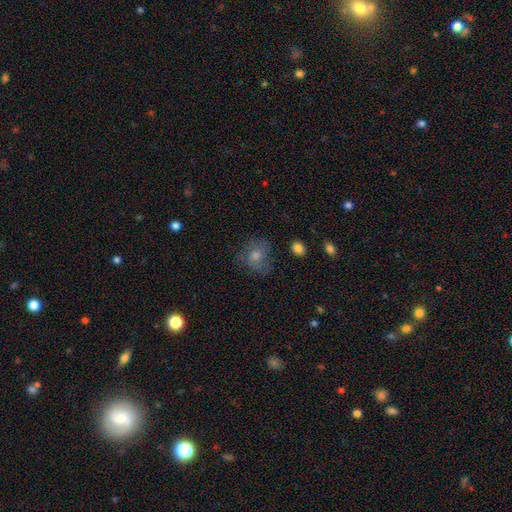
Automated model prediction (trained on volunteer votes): This is possibly a smooth galaxy (48%). Merging: likely none (67%).